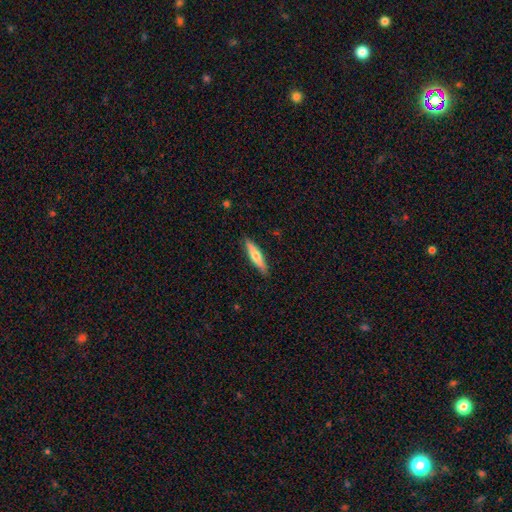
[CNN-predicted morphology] A smooth galaxy with no disk features (54%) that is cigar-shaped (83%).

Vote fractions:
- Smooth or featured? smooth: 54% / featured or disk: 40% / star or artifact: 5%
- How rounded? cigar-shaped: 83% / in between: 15% / round: 2%
- Merging? none: 89% / minor disturbance: 8% / major disturbance: 2% / merger: 1%